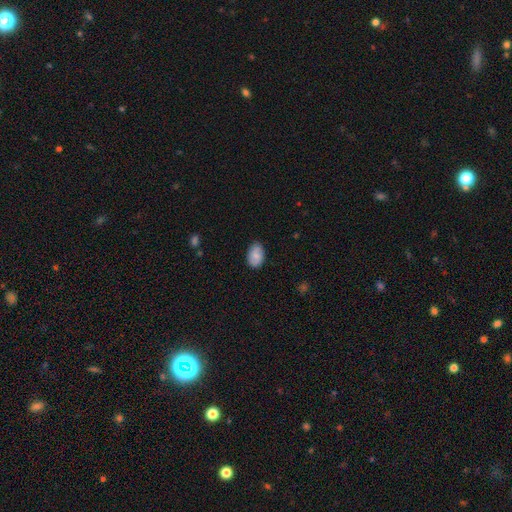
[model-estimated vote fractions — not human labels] smooth-or-featured: smooth: 77% | featured or disk: 16% | star or artifact: 7%
  how-rounded: in between: 89% | round: 10% | cigar-shaped: 1%
  merging: none: 82% | minor disturbance: 14% | major disturbance: 3% | merger: 1%